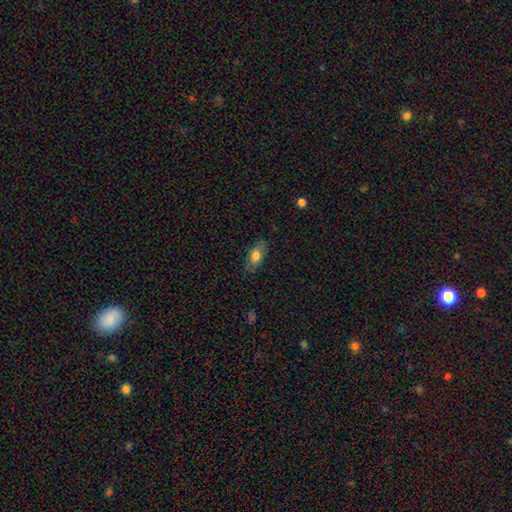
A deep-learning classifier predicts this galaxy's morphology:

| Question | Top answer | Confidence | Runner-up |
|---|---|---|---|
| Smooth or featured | smooth | 74% | featured or disk (19%) |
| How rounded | in between | 82% | cigar-shaped (14%) |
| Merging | none | 81% | minor disturbance (15%) |